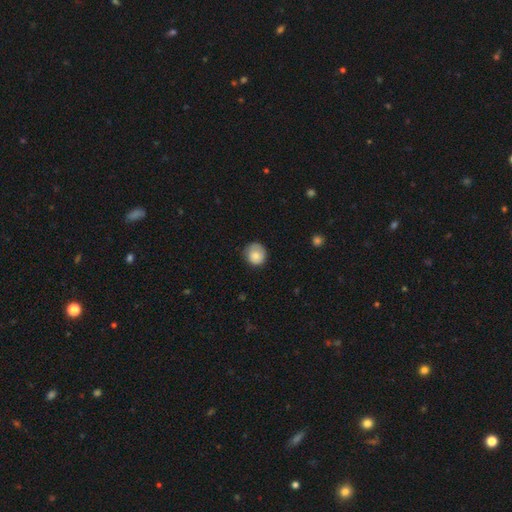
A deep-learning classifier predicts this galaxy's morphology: smooth_or_featured: smooth (p=0.83) [alt: featured or disk p=0.10]
how_rounded: round (p=0.88) [alt: in between p=0.11]
merging: none (p=0.73) [alt: minor disturbance p=0.21]